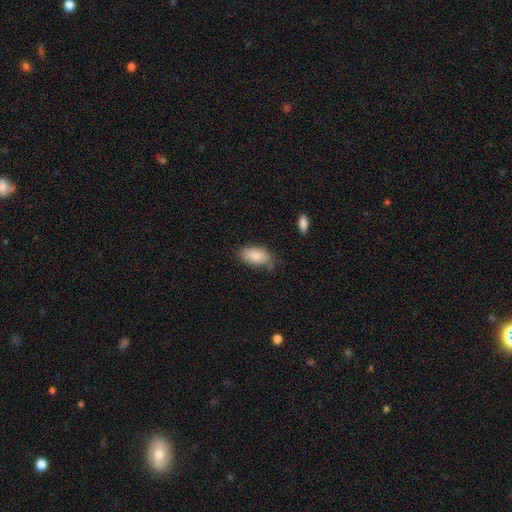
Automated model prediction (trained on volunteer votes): smooth-or-featured: smooth: 86% | featured or disk: 8% | star or artifact: 7%
  how-rounded: in between: 94% | round: 4% | cigar-shaped: 3%
  merging: none: 57% | minor disturbance: 30% | major disturbance: 9% | merger: 4%